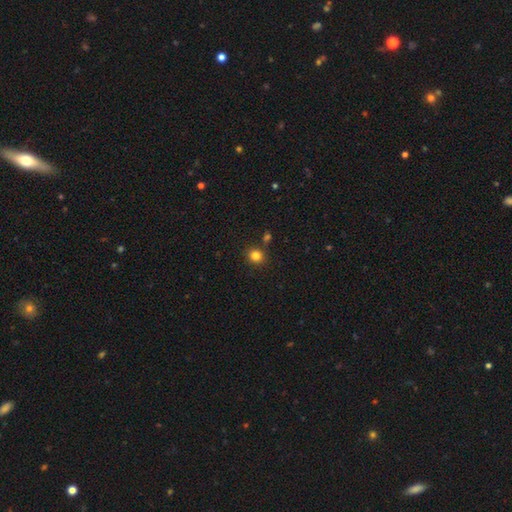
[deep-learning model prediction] Overall: smooth (82%). How rounded: round (86%). Merging: none (85%).